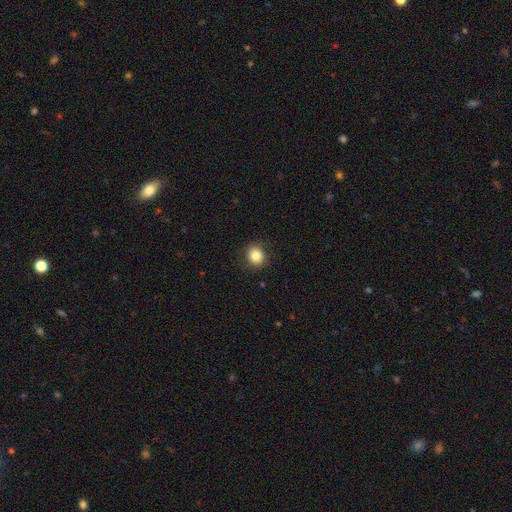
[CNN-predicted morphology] A smooth galaxy with no disk features (84%) that is round (82%). Merging: none (88%).